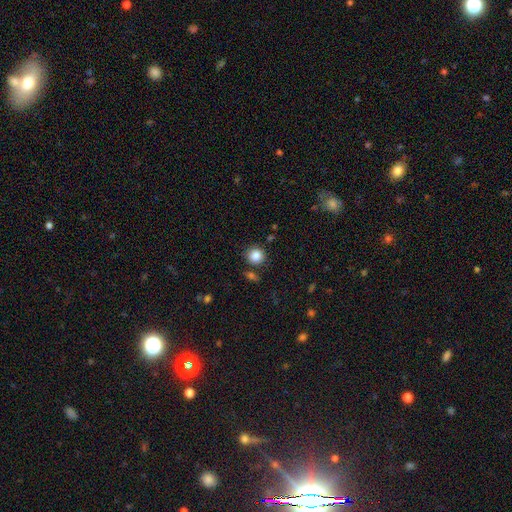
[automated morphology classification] A smooth galaxy with no disk features (85%) that is round (86%). Merging: none (81%).